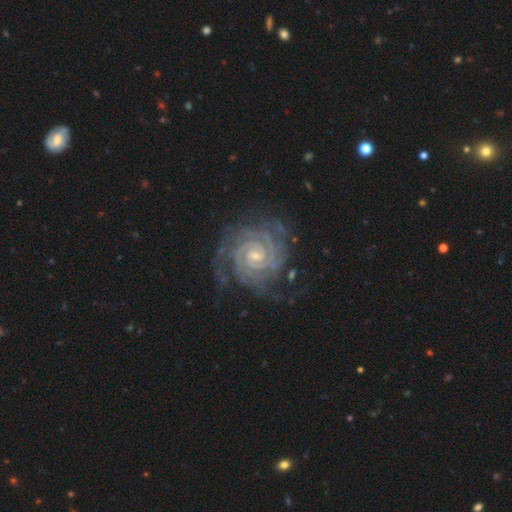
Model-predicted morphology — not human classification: The model was most divided on "bar": no: 47%, weak: 39%, strong: 15%. More confident: spiral arms — yes (99%); edge-on disk — no (98%); smooth or featured — featured or disk (92%); spiral winding — tight (85%); merging — none (73%); bulge size — small (69%); spiral arm count — 2 (51%).